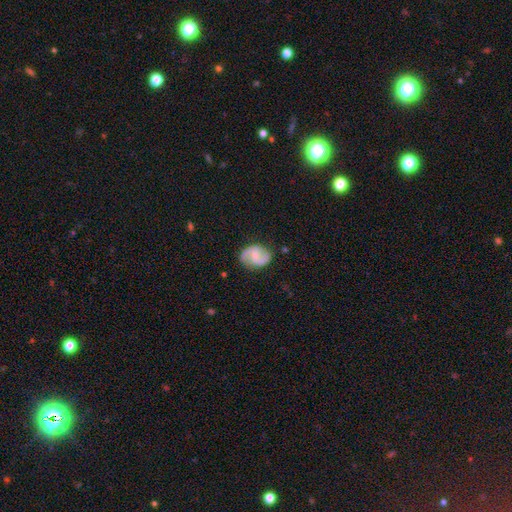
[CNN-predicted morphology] This appears to be a featured or disk galaxy (82%) with a weak bar (50%), 2 (92%) medium (52%) spiral arms (96%) and a small central bulge (40%). Merging: none (80%).